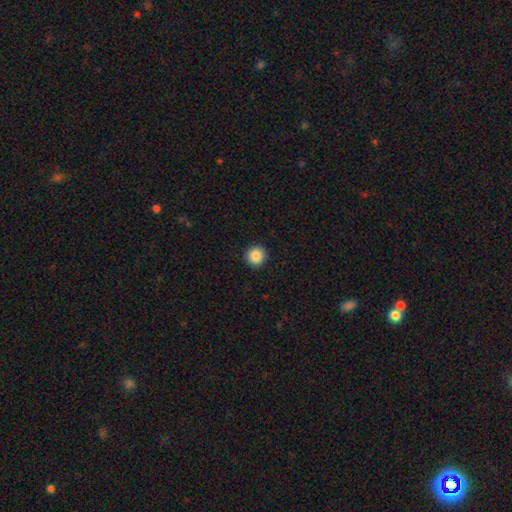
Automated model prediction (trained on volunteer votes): Overall: smooth (88%). How rounded: round (95%). Merging: none (93%).